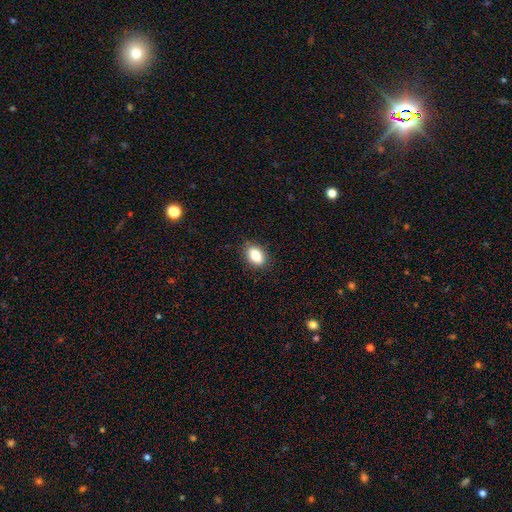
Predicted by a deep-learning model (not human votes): Smooth or featured? smooth (83%)
How rounded? in between (82%)
Merging? none (84%)